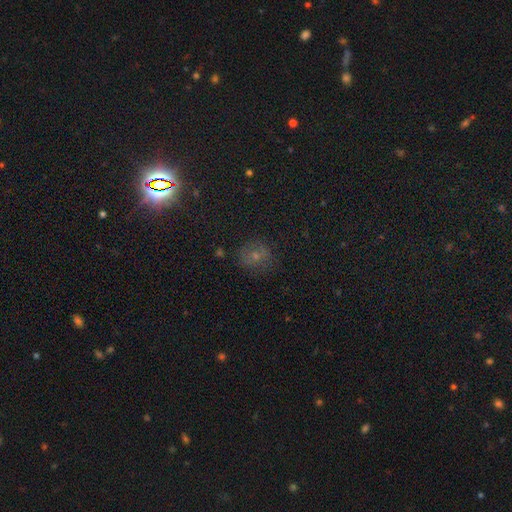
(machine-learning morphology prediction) Smooth or featured? Predicted: smooth (p=0.51). How rounded? Predicted: round (p=0.79). Merging? Predicted: none (p=0.75).